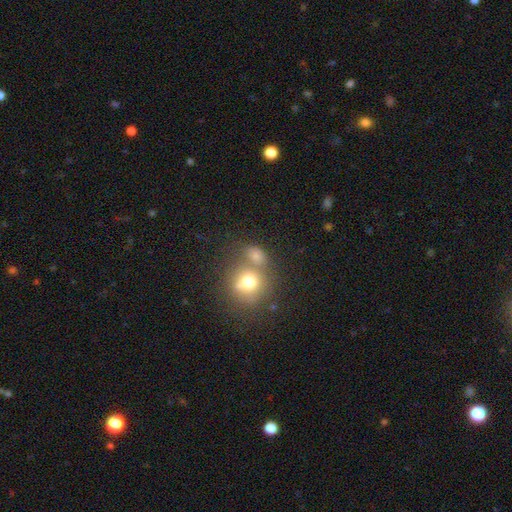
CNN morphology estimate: Smooth or featured: smooth — 72% (star or artifact — 15%)
How rounded: round — 60% (in between — 38%)
Merging: none — 47% (merger — 37%)